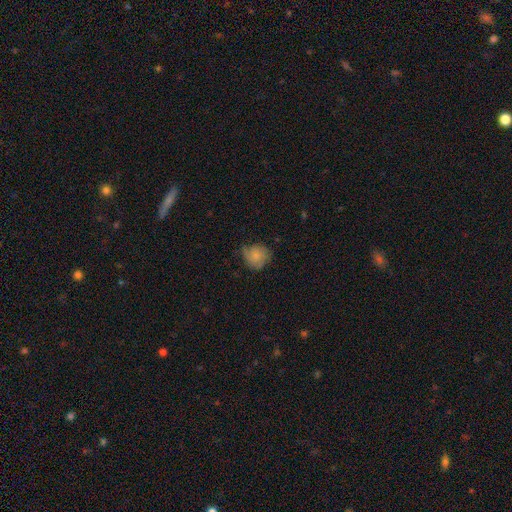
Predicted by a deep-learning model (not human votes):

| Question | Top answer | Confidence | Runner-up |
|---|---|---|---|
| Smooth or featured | smooth | 67% | featured or disk (24%) |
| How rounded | round | 80% | in between (19%) |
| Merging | none | 57% | minor disturbance (31%) |